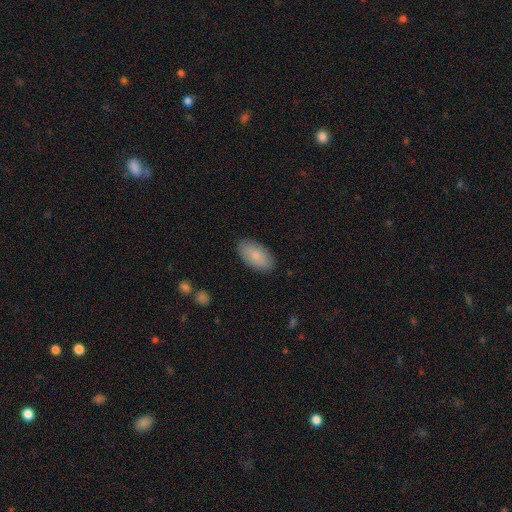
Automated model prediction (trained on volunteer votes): smooth_or_featured: smooth (p=0.83) [alt: featured or disk p=0.11]
how_rounded: in between (p=0.95) [alt: cigar-shaped p=0.03]
merging: none (p=0.87) [alt: minor disturbance p=0.10]